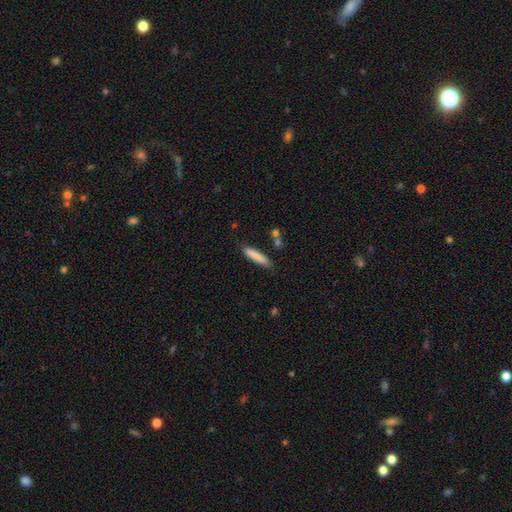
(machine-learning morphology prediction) A smooth galaxy with no disk features (83%) that is cigar-shaped (84%).

Vote fractions:
- Smooth or featured? smooth: 83% / featured or disk: 11% / star or artifact: 6%
- How rounded? cigar-shaped: 84% / in between: 15% / round: 1%
- Merging? none: 82% / minor disturbance: 12% / merger: 3% / major disturbance: 3%